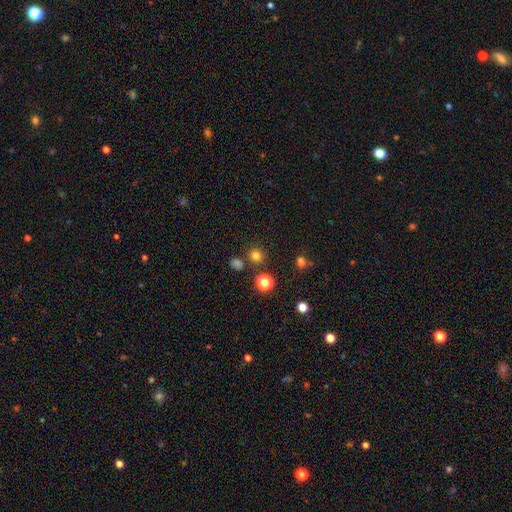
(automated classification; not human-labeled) The model was most divided on "smooth or featured": smooth: 76%, star or artifact: 19%, featured or disk: 5%. More confident: how rounded — round (87%); merging — none (81%).